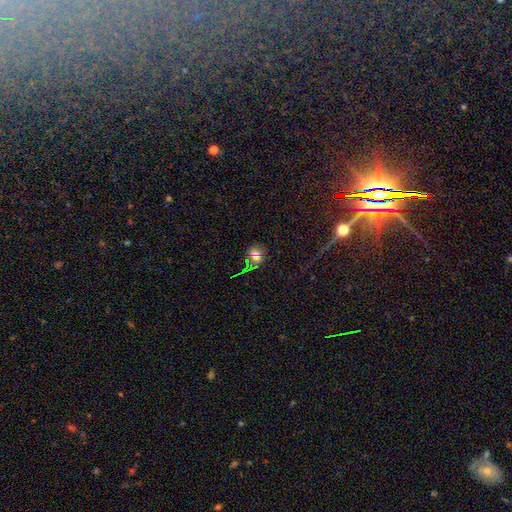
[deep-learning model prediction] Smooth or featured?
  - smooth: 51% *
  - star or artifact: 38%
  - featured or disk: 11%
How rounded?
  - round: 68% *
  - in between: 30%
  - cigar-shaped: 3%
Merging?
  - none: 78% *
  - minor disturbance: 12%
  - major disturbance: 6%
  - merger: 4%